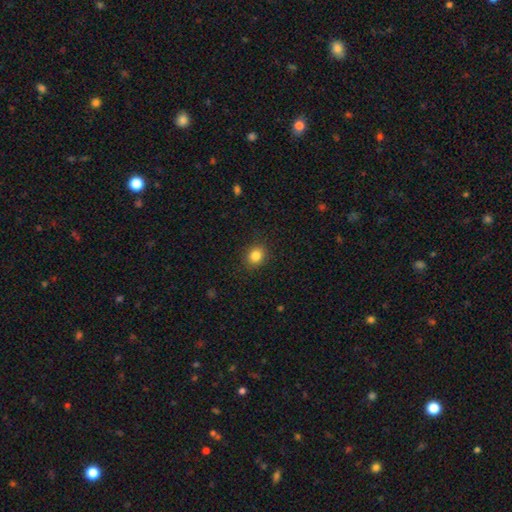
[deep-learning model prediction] Smooth or featured?
  - smooth: 84% *
  - star or artifact: 11%
  - featured or disk: 5%
How rounded?
  - round: 72% *
  - in between: 27%
  - cigar-shaped: 1%
Merging?
  - none: 89% *
  - minor disturbance: 8%
  - major disturbance: 2%
  - merger: 1%